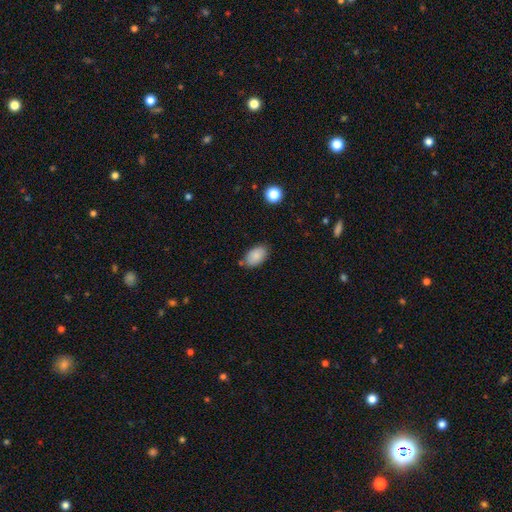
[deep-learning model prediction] Smooth or featured? Predicted: smooth (p=0.87). How rounded? Predicted: in between (p=0.92). Merging? Predicted: none (p=0.75).